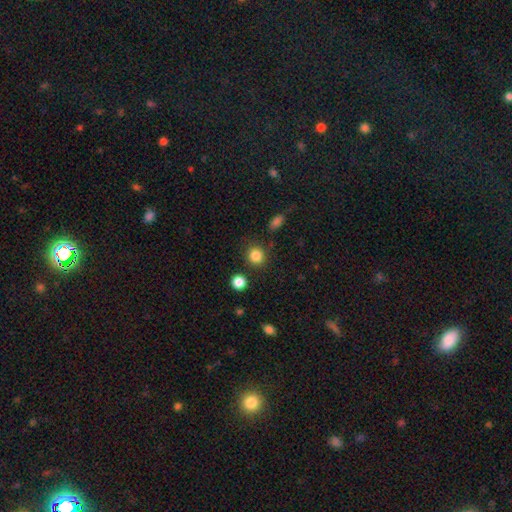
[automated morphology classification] A smooth galaxy with no disk features (85%) that is round (89%). Merging: none (85%).